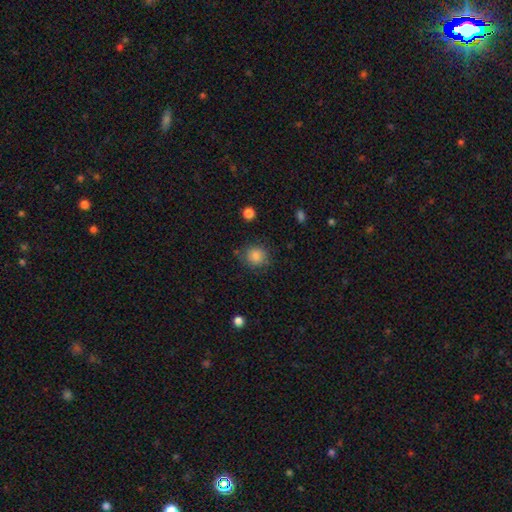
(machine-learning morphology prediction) This appears to be a smooth galaxy with no disk features (84%) that is round (84%). Merging: none (78%).